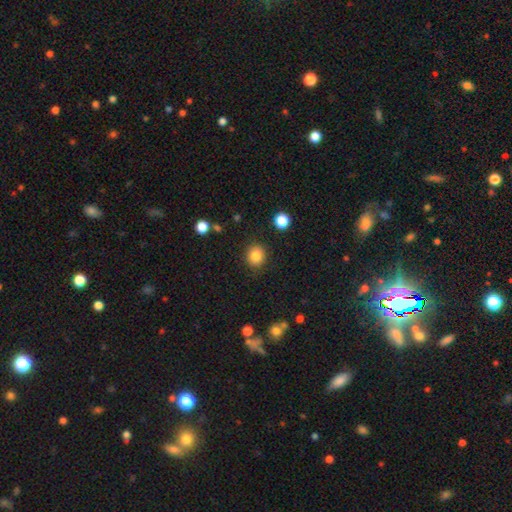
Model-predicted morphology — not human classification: Smooth or featured? Predicted: smooth (p=0.84). How rounded? Predicted: round (p=0.80). Merging? Predicted: none (p=0.88).